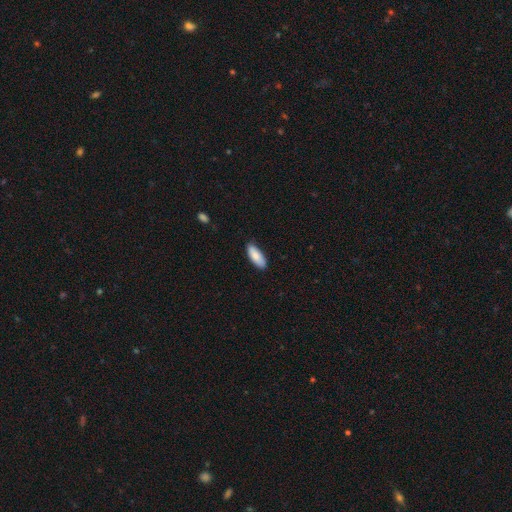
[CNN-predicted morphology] Smooth or featured: smooth — 85% (featured or disk — 10%)
How rounded: in between — 76% (cigar-shaped — 22%)
Merging: none — 84% (minor disturbance — 13%)